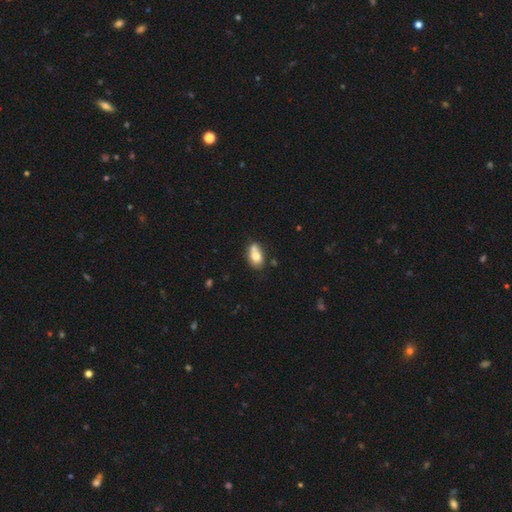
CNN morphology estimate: Smooth or featured: smooth — 71% (featured or disk — 20%)
How rounded: in between — 73% (round — 25%)
Merging: merger — 44% (none — 35%)